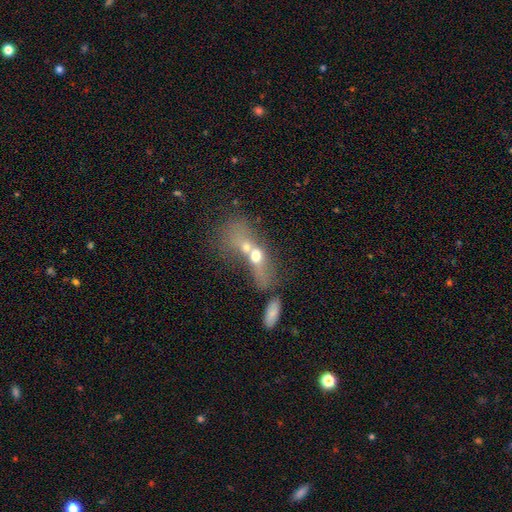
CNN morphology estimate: The model was most divided on "smooth or featured": smooth: 50%, featured or disk: 36%, star or artifact: 13%. More confident: merging — merger (71%); how rounded — in between (51%).